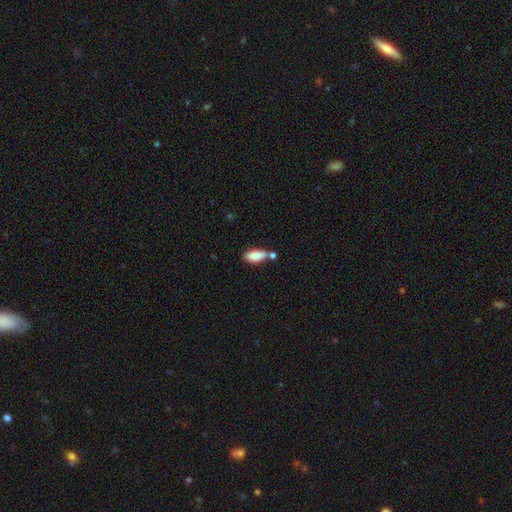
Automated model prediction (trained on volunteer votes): A smooth galaxy with no disk features (85%) that is in between round and cigar-shaped (86%). Merging: none (58%).